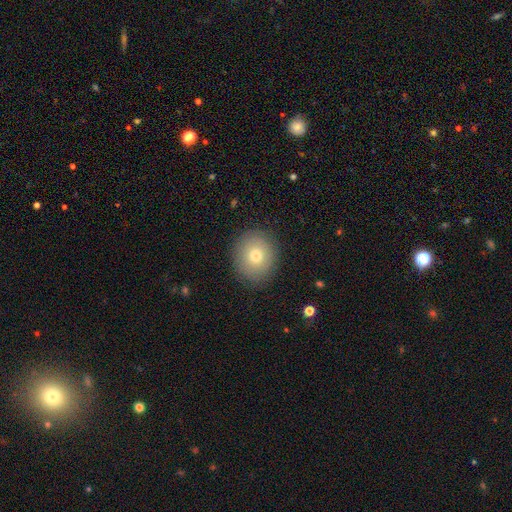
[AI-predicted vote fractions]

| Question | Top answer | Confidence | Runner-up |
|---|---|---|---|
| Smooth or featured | smooth | 74% | featured or disk (16%) |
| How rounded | round | 77% | in between (22%) |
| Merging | none | 87% | minor disturbance (9%) |